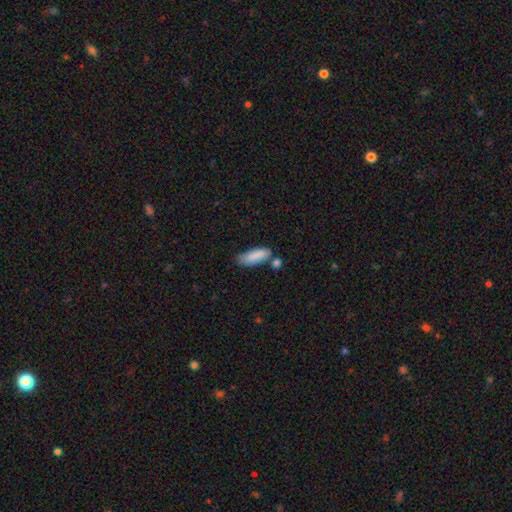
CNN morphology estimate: Overall: smooth (85%). How rounded: in between (61%; cigar-shaped 37%). Merging: none (53%; minor disturbance 24%).